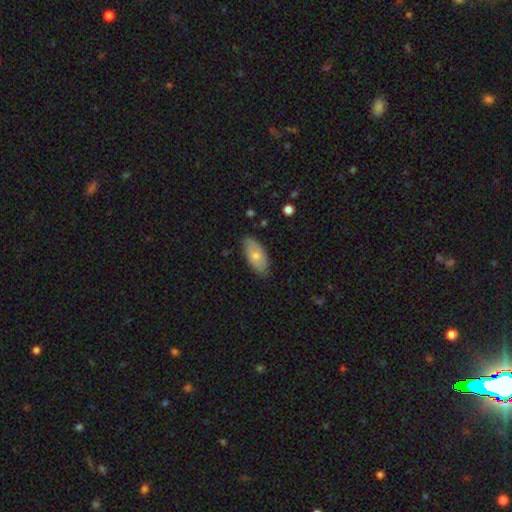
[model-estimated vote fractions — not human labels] Q: Smooth or featured?
A: smooth (69%); runner-up: featured or disk (26%)
Q: How rounded?
A: in between (93%); runner-up: cigar-shaped (4%)
Q: Merging?
A: none (76%); runner-up: minor disturbance (20%)